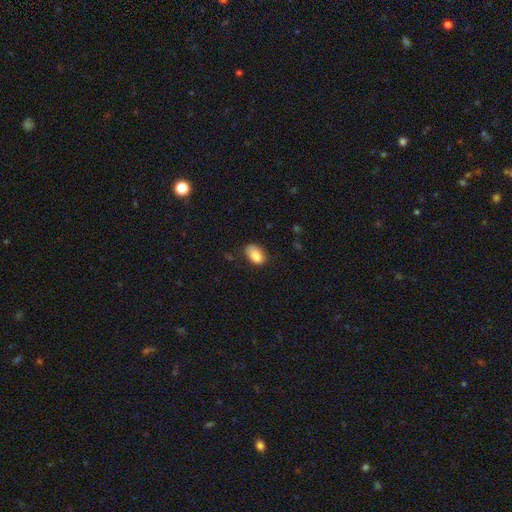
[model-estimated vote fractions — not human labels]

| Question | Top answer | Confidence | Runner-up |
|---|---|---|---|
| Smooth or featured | smooth | 86% | star or artifact (7%) |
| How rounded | in between | 91% | round (8%) |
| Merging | none | 68% | minor disturbance (25%) |